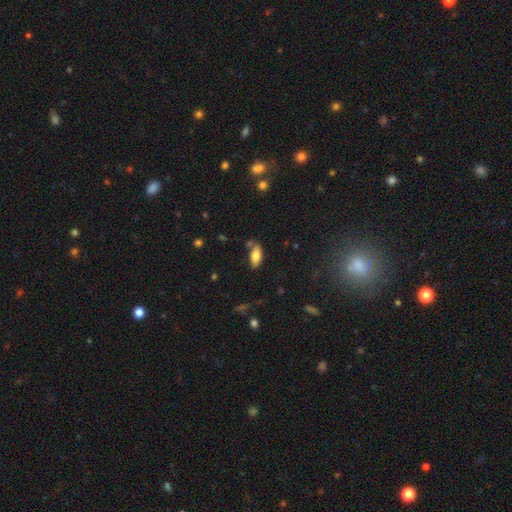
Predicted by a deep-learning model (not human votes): smooth-or-featured: smooth: 78% | featured or disk: 15% | star or artifact: 7%
  how-rounded: in between: 89% | cigar-shaped: 9% | round: 2%
  merging: none: 68% | minor disturbance: 19% | merger: 8% | major disturbance: 5%